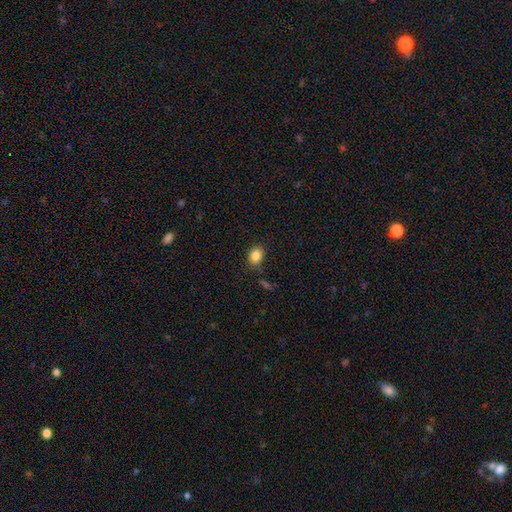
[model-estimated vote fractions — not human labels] A smooth galaxy with no disk features (85%) that is in between round and cigar-shaped (59%). Merging: none (83%).